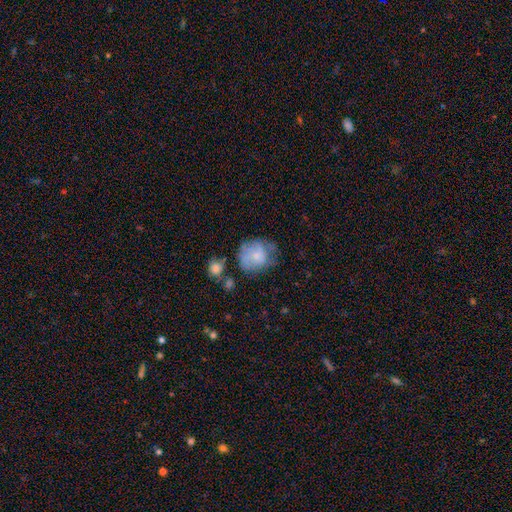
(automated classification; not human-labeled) This is likely a smooth galaxy (64%). How rounded: likely round (76%). Merging: marginally none (44%).